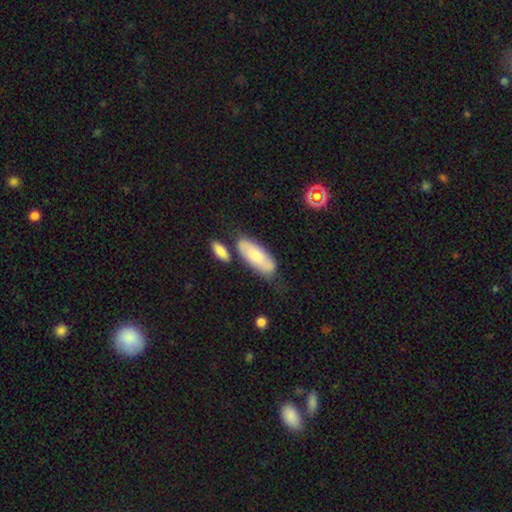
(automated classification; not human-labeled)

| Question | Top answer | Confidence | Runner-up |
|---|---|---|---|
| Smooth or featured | smooth | 70% | featured or disk (24%) |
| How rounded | in between | 77% | cigar-shaped (21%) |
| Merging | none | 59% | minor disturbance (21%) |